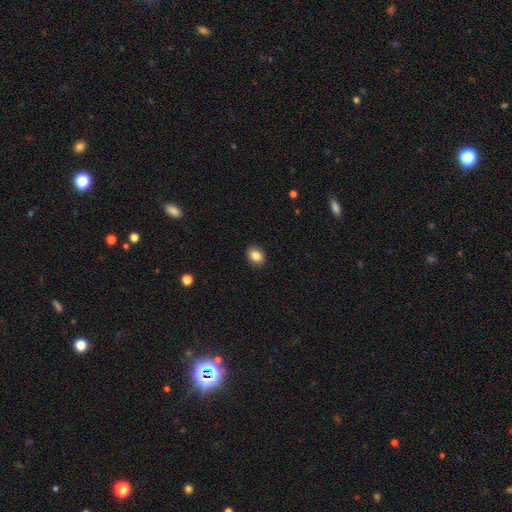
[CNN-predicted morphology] smooth-or-featured: smooth: 87% | star or artifact: 9% | featured or disk: 5%
  how-rounded: in between: 62% | round: 37% | cigar-shaped: 1%
  merging: none: 89% | minor disturbance: 8% | major disturbance: 2% | merger: 1%